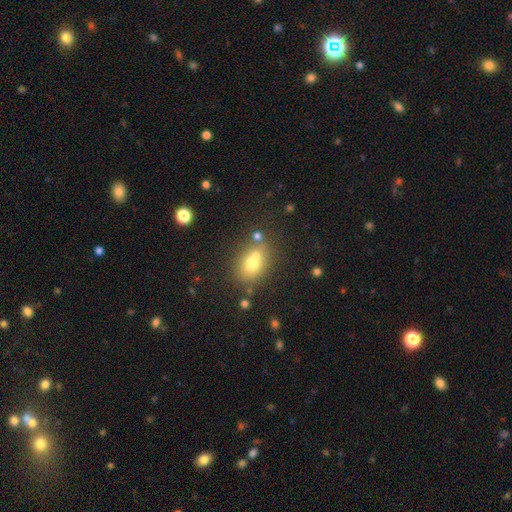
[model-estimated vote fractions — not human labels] Overall: smooth (65%). How rounded: round (50%; in between 49%). Merging: none (45%; merger 39%).